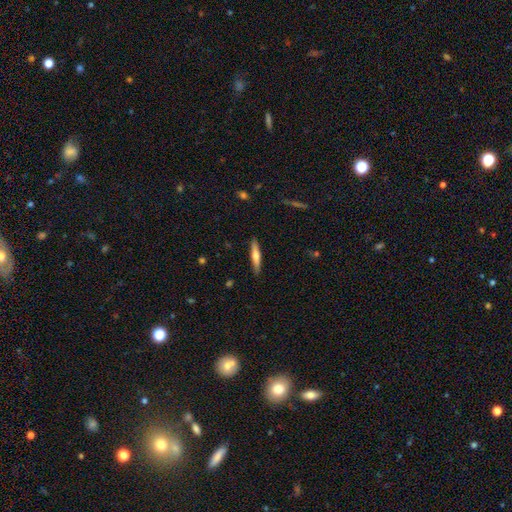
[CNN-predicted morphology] This is possibly a smooth galaxy (57%). How rounded: clearly cigar-shaped (88%). Merging: clearly none (90%).